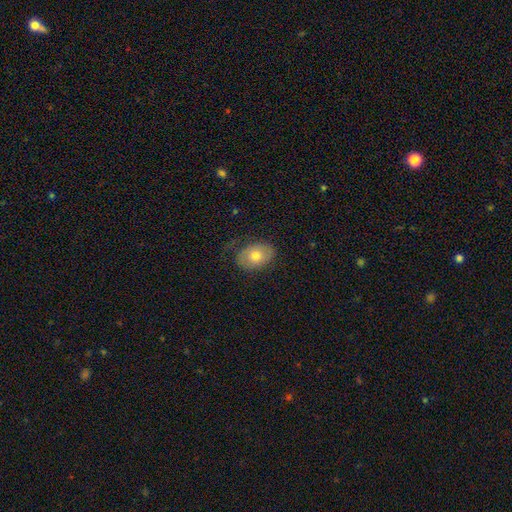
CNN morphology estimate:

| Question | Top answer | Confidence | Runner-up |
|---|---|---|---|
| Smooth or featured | smooth | 69% | featured or disk (24%) |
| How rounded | in between | 80% | round (19%) |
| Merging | none | 69% | minor disturbance (22%) |